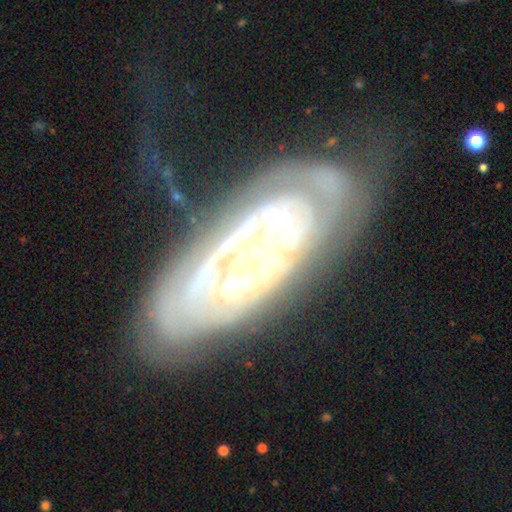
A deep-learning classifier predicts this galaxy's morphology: type=featured or disk (84%); edge-on=no (91%); bar=no (64%); spiral arms=yes (86%); winding=tight (75%); arm count=can't tell (45%); bulge=small (69%); merging=none (42%).